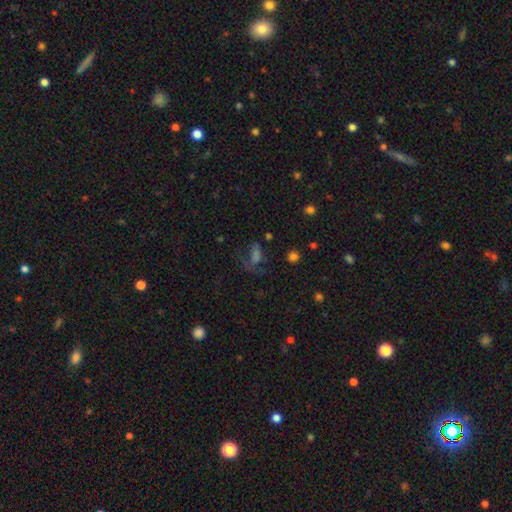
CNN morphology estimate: A smooth galaxy with no disk features (38%). Merging: none (41%).